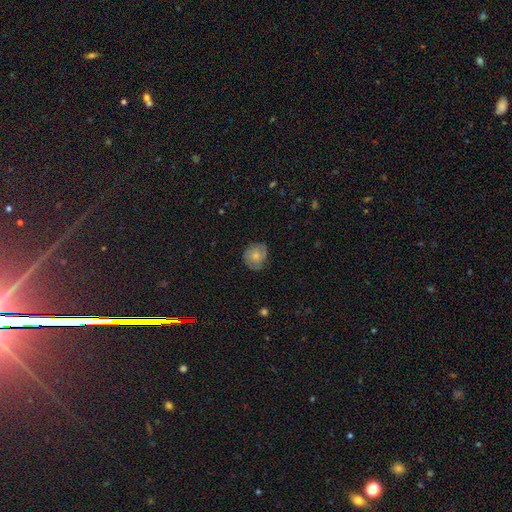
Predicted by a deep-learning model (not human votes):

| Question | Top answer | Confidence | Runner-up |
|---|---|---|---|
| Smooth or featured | smooth | 49% | featured or disk (43%) |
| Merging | none | 73% | minor disturbance (20%) |